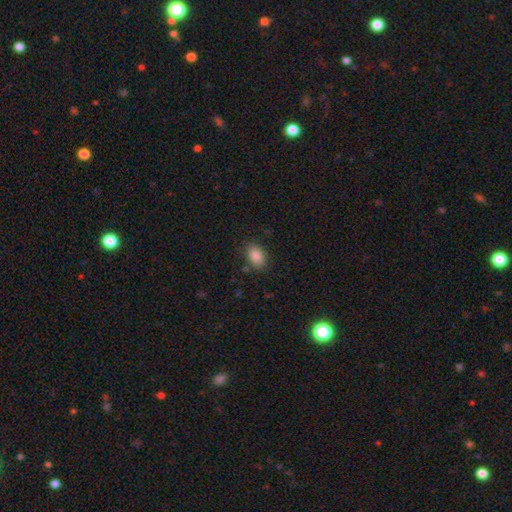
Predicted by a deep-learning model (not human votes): The model was most divided on "how rounded": in between: 81%, round: 17%, cigar-shaped: 1%. More confident: smooth or featured — smooth (86%); merging — none (83%).